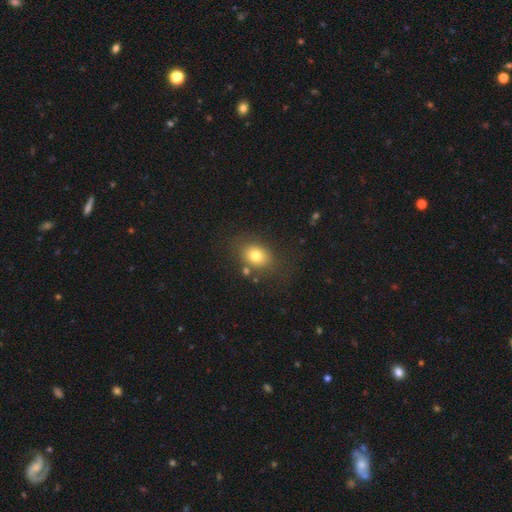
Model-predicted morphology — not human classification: smooth 76%, featured or disk 13%, star or artifact 11%. Down the decision tree: how rounded — in between (58%); merging — none (74%).